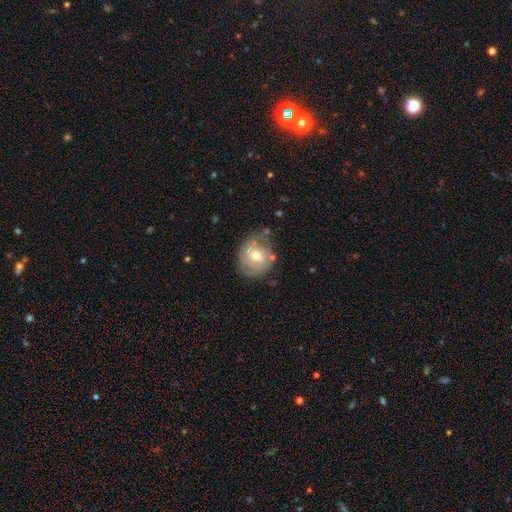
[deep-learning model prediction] smooth-or-featured: featured or disk: 53% | smooth: 40% | star or artifact: 7%
  disk-edge-on: no: 96% | yes: 4%
    bar: no: 57% | weak: 34% | strong: 9%
    has-spiral-arms: yes: 60% | no: 40%
    bulge-size: moderate: 71% | small: 23% | large: 5% | none: 1% | dominant: 1%
  merging: none: 62% | minor disturbance: 24% | major disturbance: 9% | merger: 5%